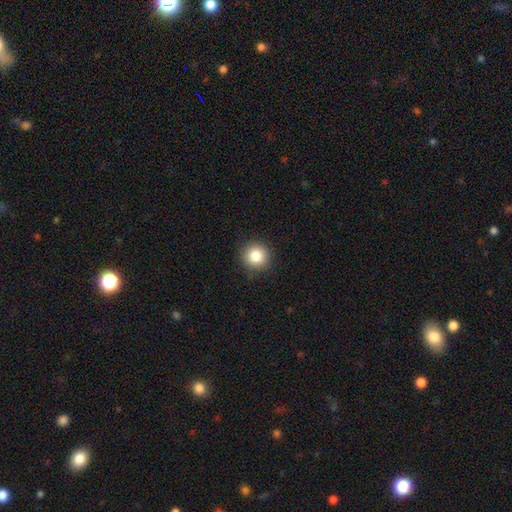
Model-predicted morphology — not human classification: Smooth or featured?
  - smooth: 83% *
  - star or artifact: 10%
  - featured or disk: 7%
How rounded?
  - round: 93% *
  - in between: 6%
  - cigar-shaped: 1%
Merging?
  - none: 89% *
  - minor disturbance: 8%
  - major disturbance: 2%
  - merger: 1%